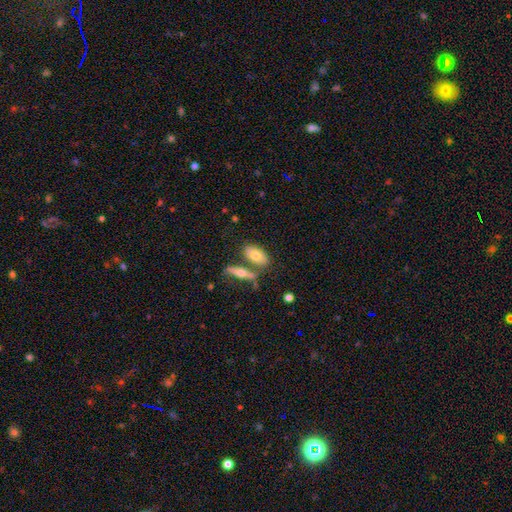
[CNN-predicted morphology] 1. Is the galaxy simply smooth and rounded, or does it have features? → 66% smooth, 28% featured or disk, 6% star or artifact.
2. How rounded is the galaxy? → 87% in between, 8% cigar-shaped, 4% round.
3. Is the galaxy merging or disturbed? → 59% none, 26% merger, 12% minor disturbance, 4% major disturbance.